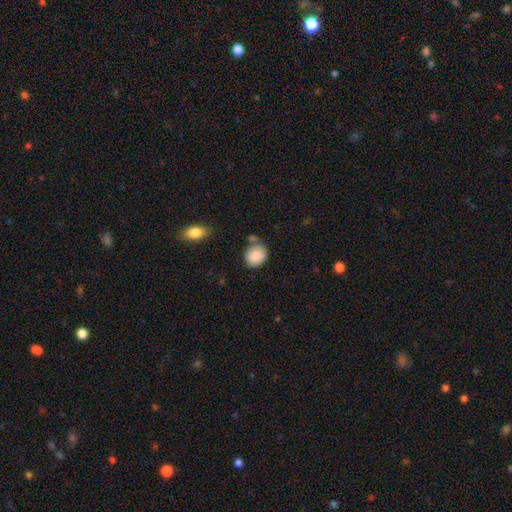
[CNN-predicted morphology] Q: Smooth or featured?
A: smooth (87%); runner-up: star or artifact (7%)
Q: How rounded?
A: round (67%); runner-up: in between (32%)
Q: Merging?
A: none (68%); runner-up: minor disturbance (17%)